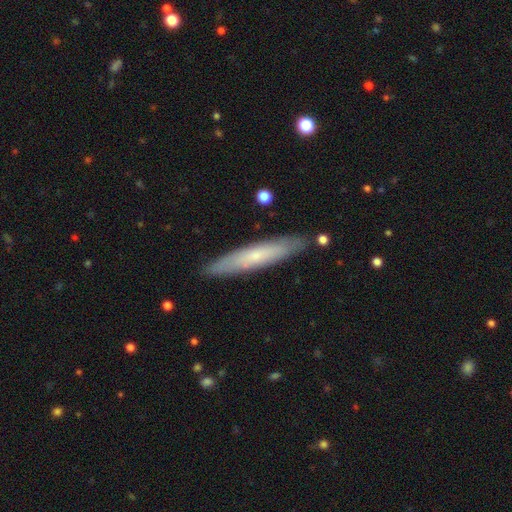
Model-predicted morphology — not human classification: Smooth or featured?
  - smooth: 52% *
  - featured or disk: 42%
  - star or artifact: 6%
How rounded?
  - cigar-shaped: 90% *
  - in between: 8%
  - round: 1%
Merging?
  - none: 88% *
  - minor disturbance: 9%
  - major disturbance: 2%
  - merger: 1%